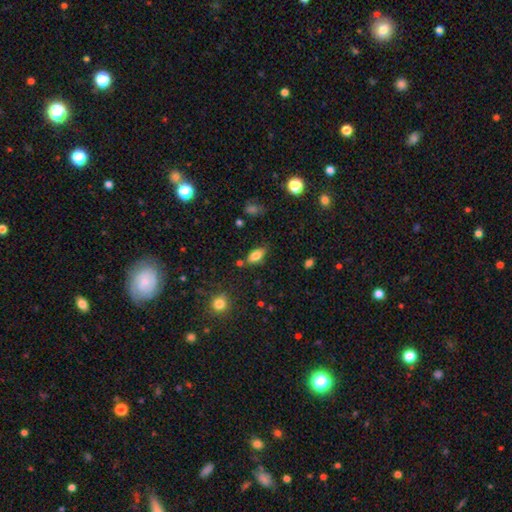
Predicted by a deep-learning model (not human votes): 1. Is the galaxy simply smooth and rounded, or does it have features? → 80% smooth, 11% featured or disk, 9% star or artifact.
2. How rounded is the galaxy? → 89% in between, 8% cigar-shaped, 4% round.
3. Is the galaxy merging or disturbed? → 77% none, 15% minor disturbance, 5% merger, 3% major disturbance.